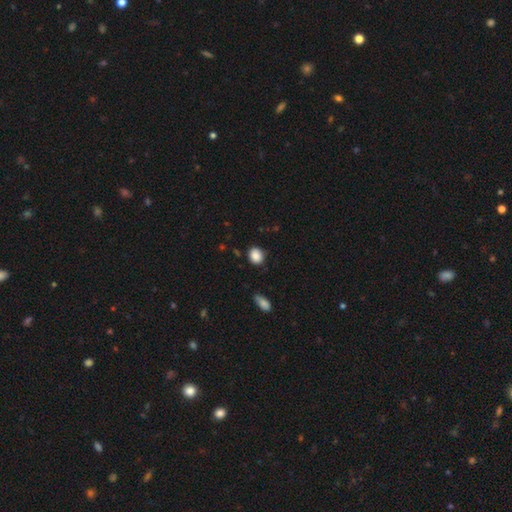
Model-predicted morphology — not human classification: Smooth or featured: smooth — 87% (star or artifact — 9%)
How rounded: round — 72% (in between — 27%)
Merging: none — 83% (minor disturbance — 13%)